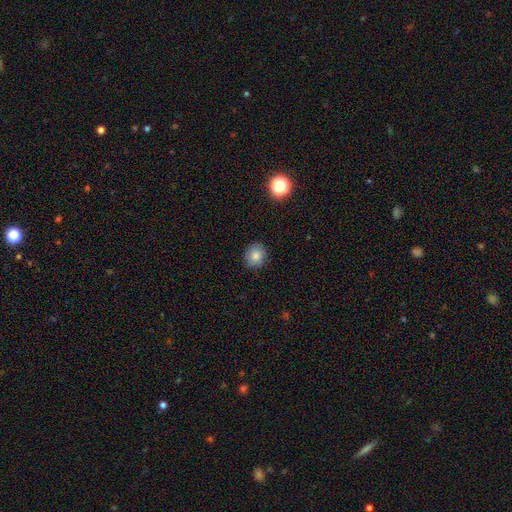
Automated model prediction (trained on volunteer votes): smooth_or_featured: smooth (p=0.83) [alt: star or artifact p=0.11]
how_rounded: round (p=0.77) [alt: in between p=0.22]
merging: none (p=0.87) [alt: minor disturbance p=0.09]